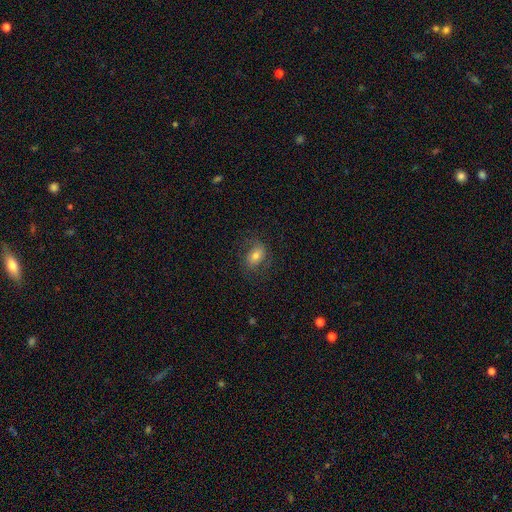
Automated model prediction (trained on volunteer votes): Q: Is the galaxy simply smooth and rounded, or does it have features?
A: smooth — 56%.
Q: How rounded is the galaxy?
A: in between — 72%.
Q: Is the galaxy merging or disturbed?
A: none — 70%.